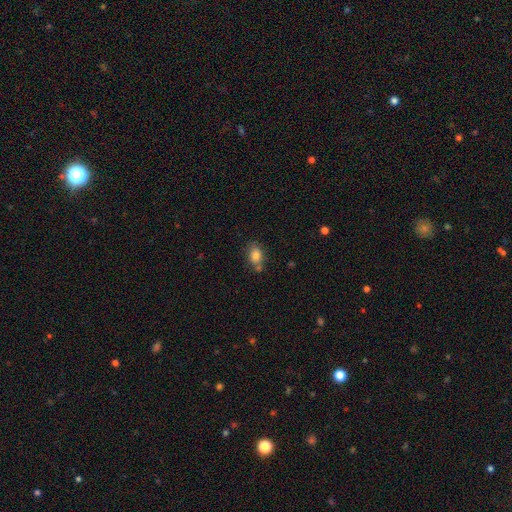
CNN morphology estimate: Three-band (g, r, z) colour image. It shows a smooth galaxy with no disk features (80%) that is in between round and cigar-shaped (76%). Merging: none (63%).